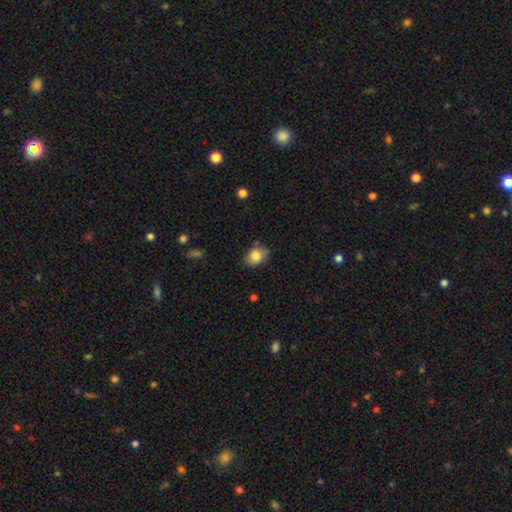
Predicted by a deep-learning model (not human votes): smooth_or_featured: smooth (p=0.83) [alt: star or artifact p=0.09]
how_rounded: in between (p=0.54) [alt: round p=0.44]
merging: none (p=0.69) [alt: minor disturbance p=0.23]